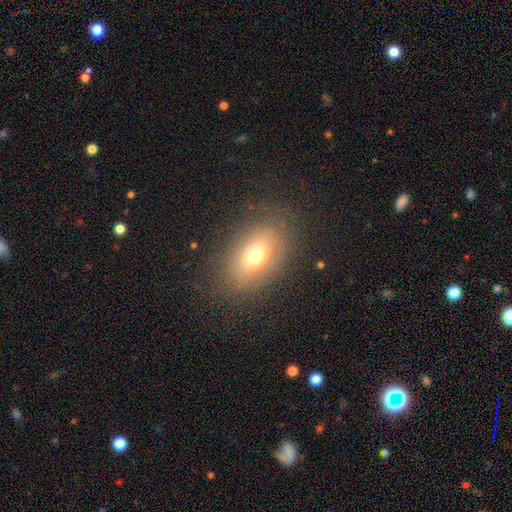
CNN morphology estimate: This is likely a smooth galaxy (65%). How rounded: clearly in between (81%). Merging: likely none (79%).